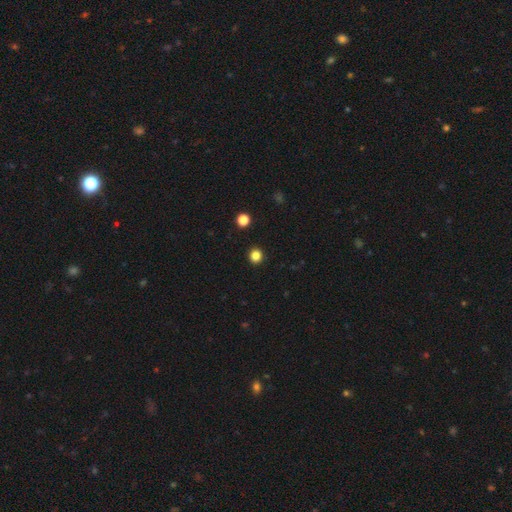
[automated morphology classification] This appears to be a smooth galaxy with no disk features (84%) that is round (90%). Merging: none (93%).